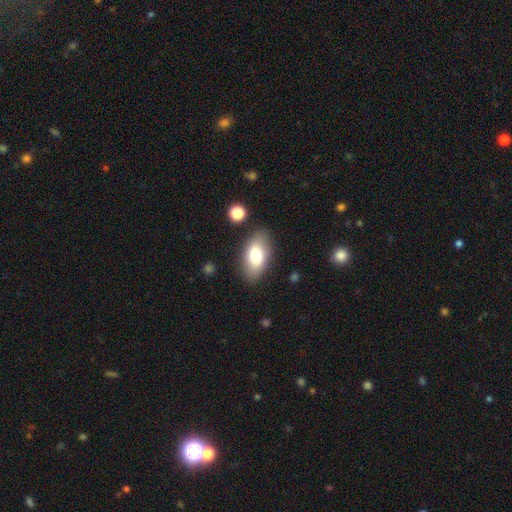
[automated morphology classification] Smooth or featured: smooth — 76% (featured or disk — 17%)
How rounded: in between — 91% (cigar-shaped — 5%)
Merging: none — 83% (minor disturbance — 11%)